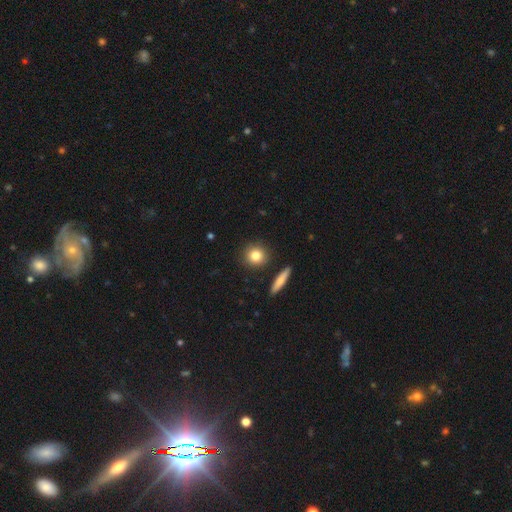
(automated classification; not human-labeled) This appears to be a smooth galaxy with no disk features (82%) that is round (85%). Merging: none (88%).